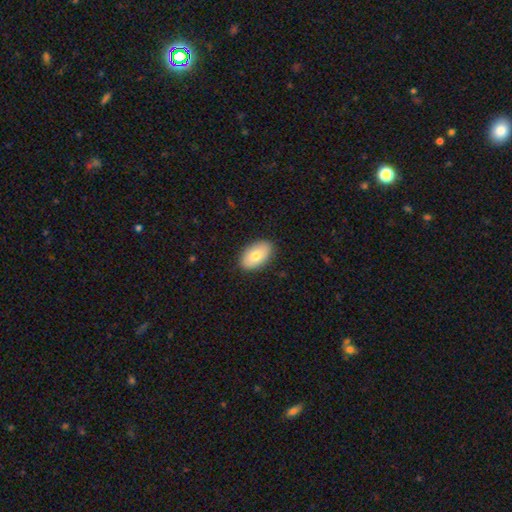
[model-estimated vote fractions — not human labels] A smooth galaxy with no disk features (77%) that is in between round and cigar-shaped (94%). Merging: none (87%).